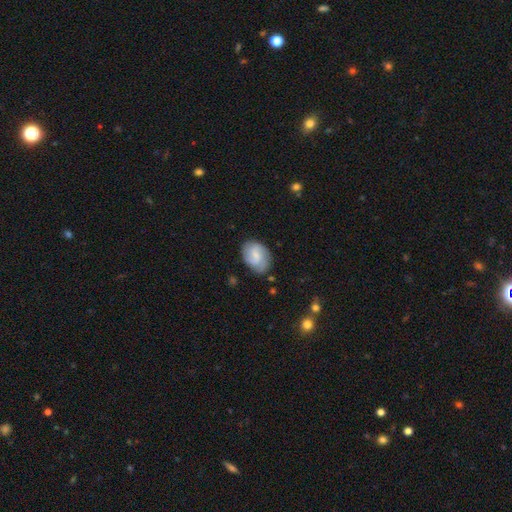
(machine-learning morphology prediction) Smooth or featured? Predicted: featured or disk (p=0.49). Merging? Predicted: none (p=0.75).